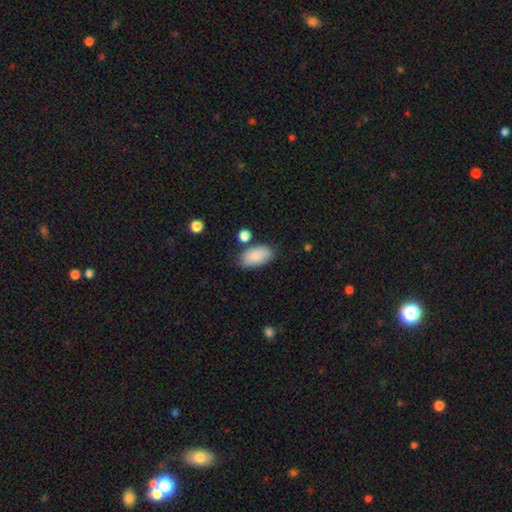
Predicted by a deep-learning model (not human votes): Smooth or featured? Predicted: smooth (p=0.86). How rounded? Predicted: in between (p=0.94). Merging? Predicted: none (p=0.75).